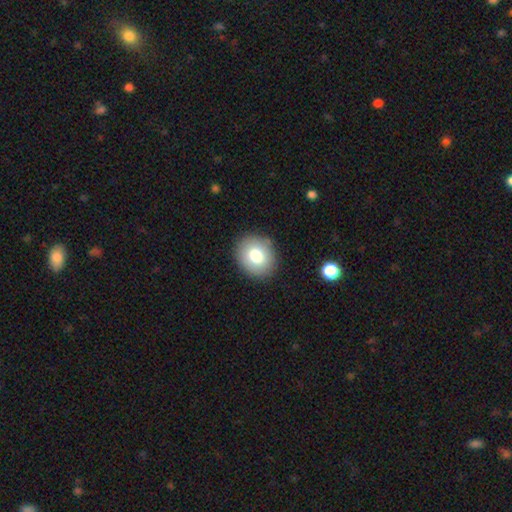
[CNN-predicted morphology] smooth 77%, featured or disk 13%, star or artifact 10%. Down the decision tree: how rounded — round (63%); merging — none (88%).